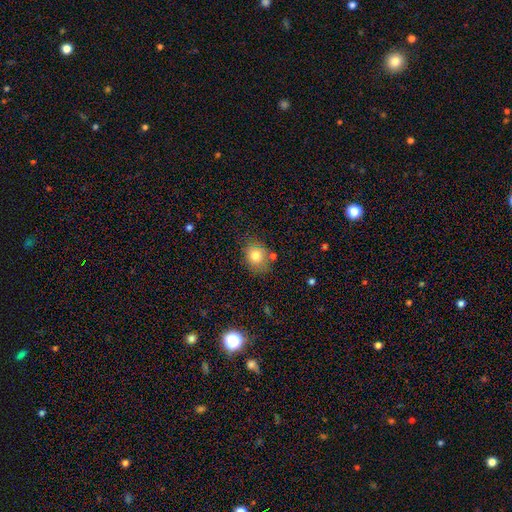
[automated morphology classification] Overall: smooth (78%). How rounded: round (62%; in between 37%). Merging: none (72%).